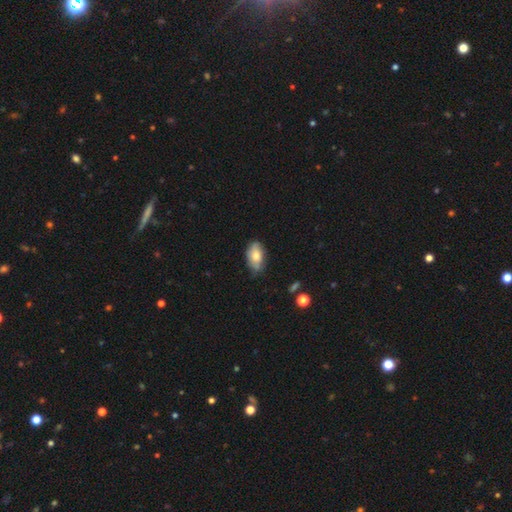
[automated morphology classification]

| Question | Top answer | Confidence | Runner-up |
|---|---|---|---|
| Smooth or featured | smooth | 74% | featured or disk (19%) |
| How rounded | in between | 92% | round (6%) |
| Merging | none | 67% | minor disturbance (27%) |